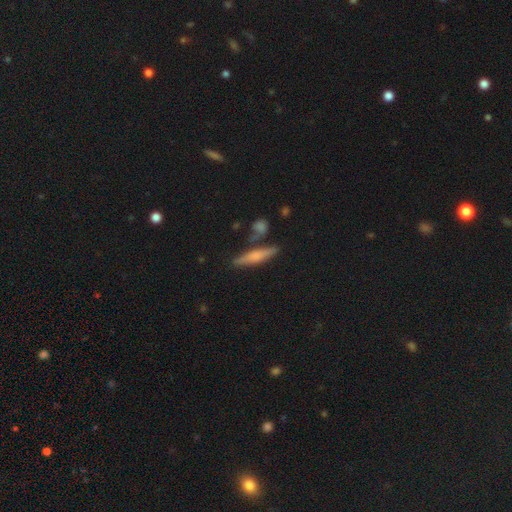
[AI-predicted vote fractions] Smooth or featured?
  - smooth: 53% *
  - featured or disk: 40%
  - star or artifact: 7%
How rounded?
  - cigar-shaped: 83% *
  - in between: 14%
  - round: 3%
Merging?
  - none: 76% *
  - minor disturbance: 12%
  - merger: 9%
  - major disturbance: 3%